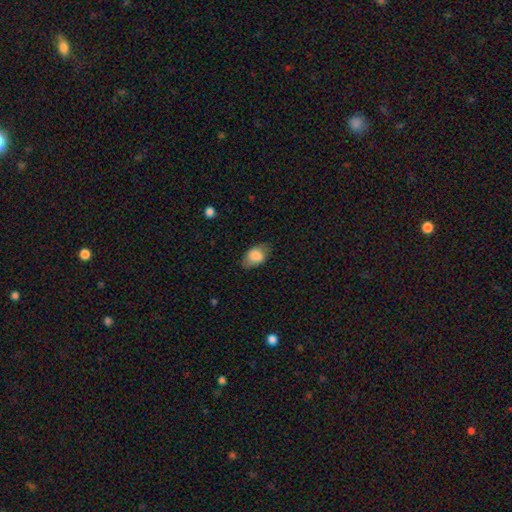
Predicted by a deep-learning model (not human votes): Morphology: type=smooth (82%); roundness=in between (82%); merging=none (72%).